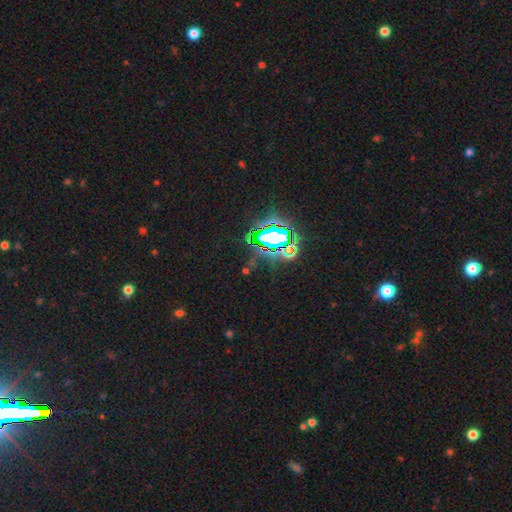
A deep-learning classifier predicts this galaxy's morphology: Q: Smooth or featured?
A: star or artifact (83%); runner-up: smooth (10%)